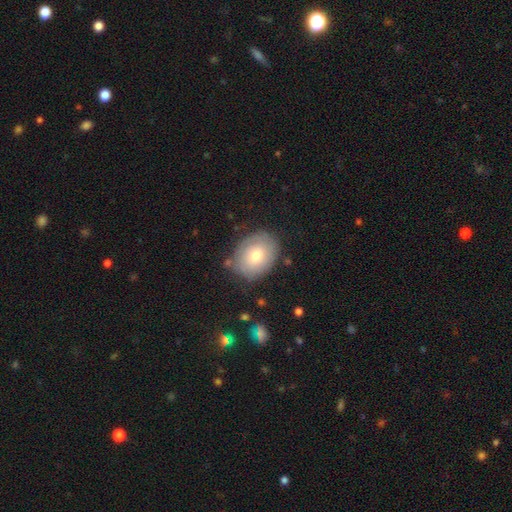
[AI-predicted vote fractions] Morphology: type=smooth (62%); roundness=in between (58%); merging=none (76%).